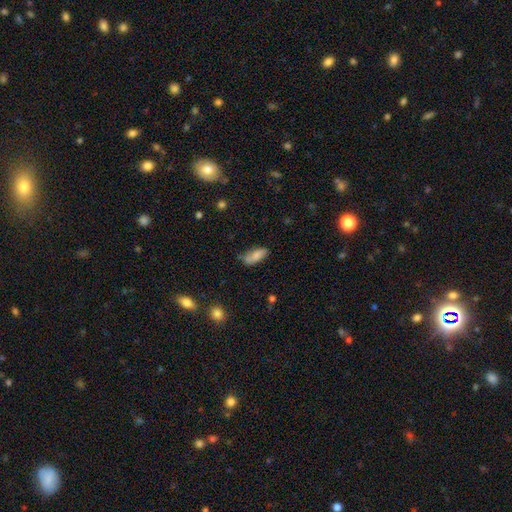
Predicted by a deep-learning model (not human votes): Smooth or featured? smooth (74%)
How rounded? in between (79%)
Merging? none (60%)